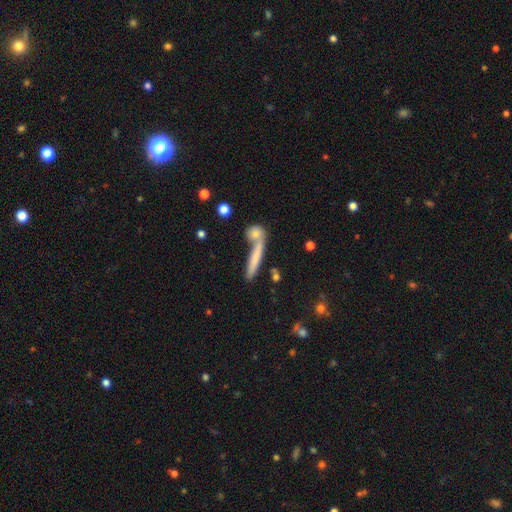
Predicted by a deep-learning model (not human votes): A smooth galaxy with no disk features (66%) that is cigar-shaped (89%).

Vote fractions:
- Smooth or featured? smooth: 66% / featured or disk: 25% / star or artifact: 9%
- How rounded? cigar-shaped: 89% / in between: 8% / round: 3%
- Merging? none: 59% / merger: 25% / minor disturbance: 11% / major disturbance: 5%